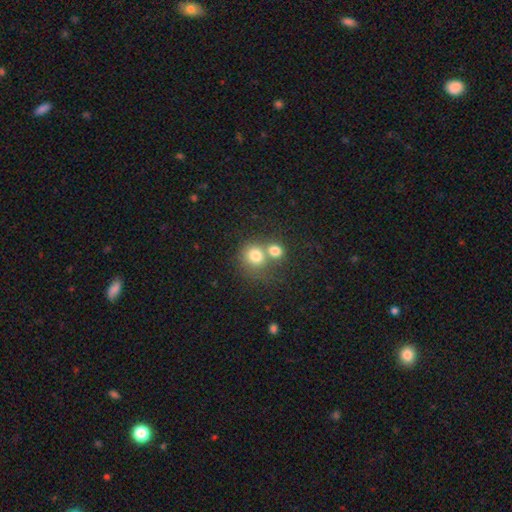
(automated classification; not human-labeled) Overall: smooth (77%). How rounded: round (78%). Merging: merger (55%; none 33%).